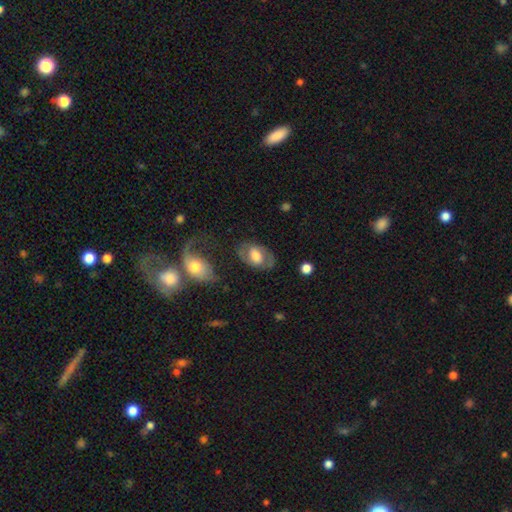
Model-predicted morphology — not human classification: The model was most divided on "smooth or featured": smooth: 47%, featured or disk: 46%, star or artifact: 7%. More confident: merging — none (71%).